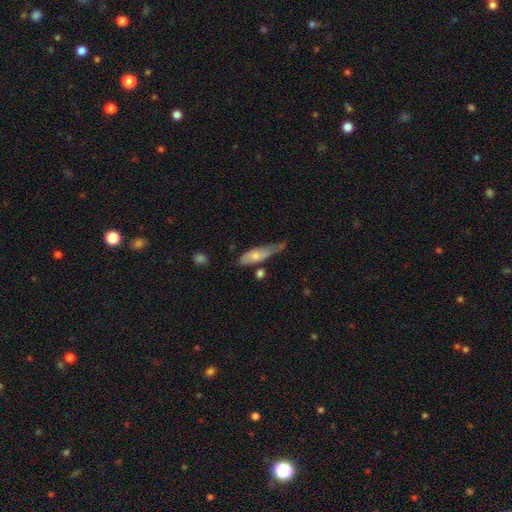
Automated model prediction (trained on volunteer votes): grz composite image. It shows a smooth galaxy with no disk features (65%) that is in between round and cigar-shaped (50%). Merging: minor disturbance (37%).